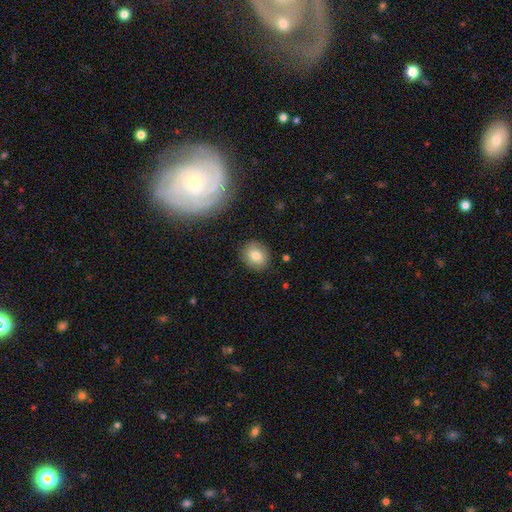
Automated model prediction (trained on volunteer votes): Q: Smooth or featured?
A: smooth (77%); runner-up: featured or disk (13%)
Q: How rounded?
A: round (78%); runner-up: in between (21%)
Q: Merging?
A: none (87%); runner-up: minor disturbance (9%)